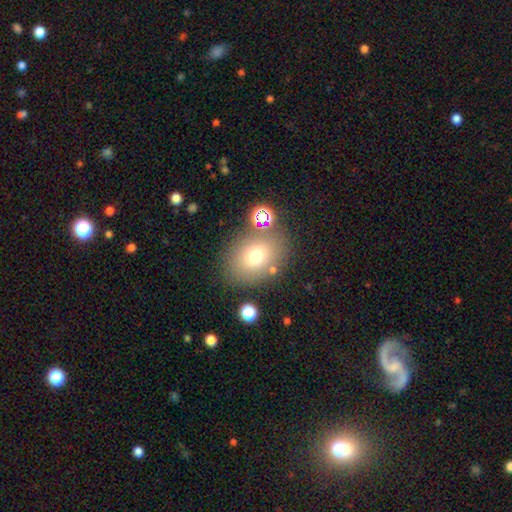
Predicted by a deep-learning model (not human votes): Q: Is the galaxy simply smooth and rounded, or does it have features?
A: smooth — 73%.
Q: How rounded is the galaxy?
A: in between — 58%.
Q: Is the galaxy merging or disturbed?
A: none — 77%.